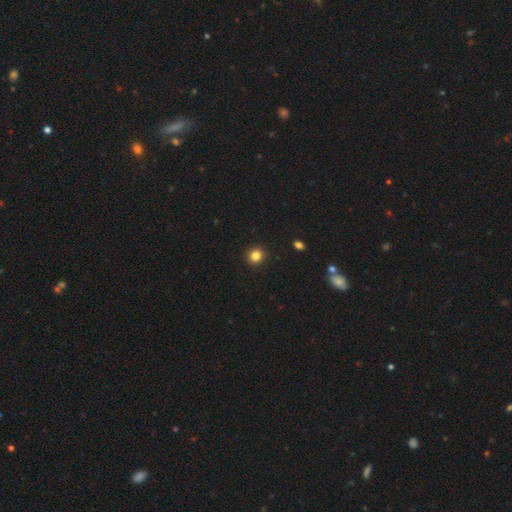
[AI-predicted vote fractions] Smooth or featured: smooth — 84% (star or artifact — 12%)
How rounded: round — 88% (in between — 11%)
Merging: none — 92% (minor disturbance — 5%)